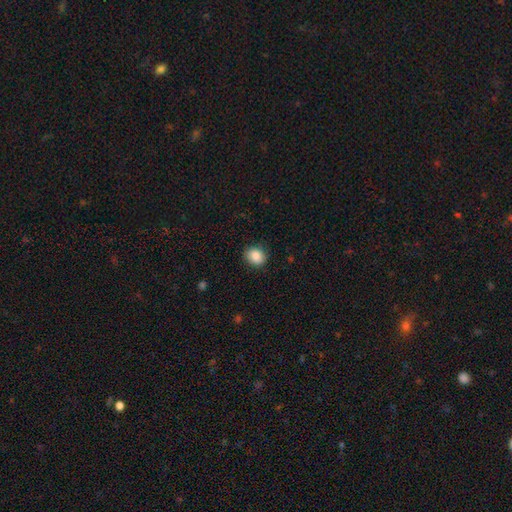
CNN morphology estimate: Q: Smooth or featured?
A: smooth (87%); runner-up: star or artifact (8%)
Q: How rounded?
A: round (61%); runner-up: in between (38%)
Q: Merging?
A: none (87%); runner-up: minor disturbance (10%)